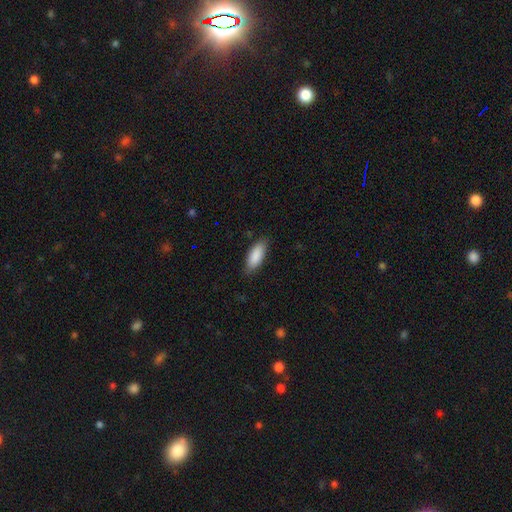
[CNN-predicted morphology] Smooth or featured: smooth — 88% (featured or disk — 6%)
How rounded: in between — 77% (cigar-shaped — 22%)
Merging: none — 82% (minor disturbance — 14%)